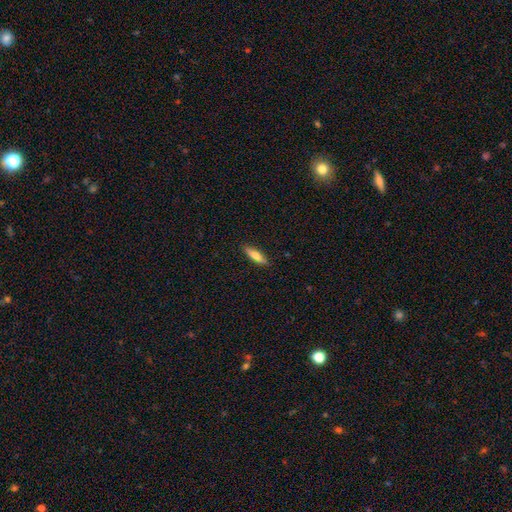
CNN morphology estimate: smooth 63%, featured or disk 31%, star or artifact 6%. Down the decision tree: how rounded — cigar-shaped (66%); merging — none (89%).